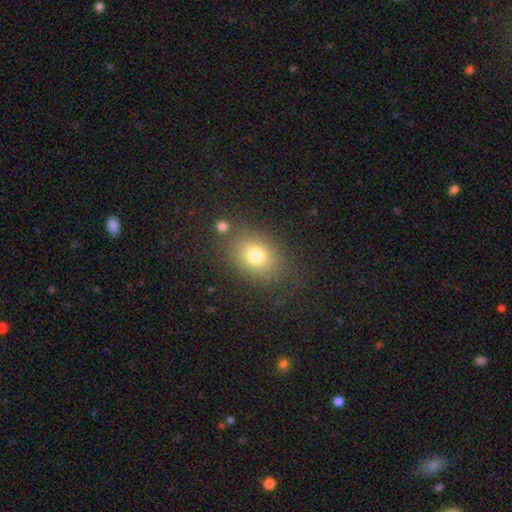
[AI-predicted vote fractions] smooth_or_featured: smooth (p=0.76) [alt: star or artifact p=0.13]
how_rounded: in between (p=0.65) [alt: round p=0.34]
merging: none (p=0.78) [alt: minor disturbance p=0.12]